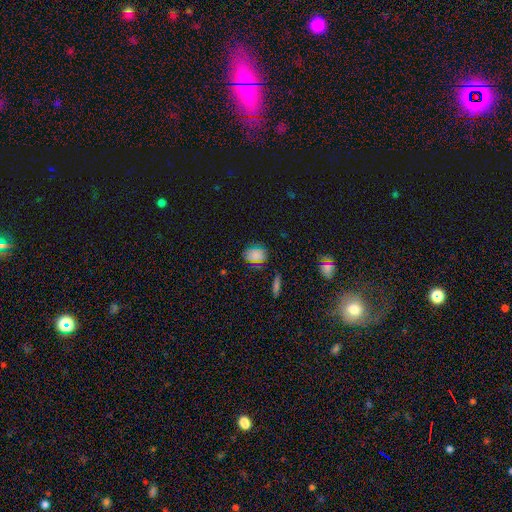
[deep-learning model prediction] The model was most divided on "how rounded": in between: 65%, round: 33%, cigar-shaped: 2%. More confident: smooth or featured — smooth (71%); merging — none (71%).